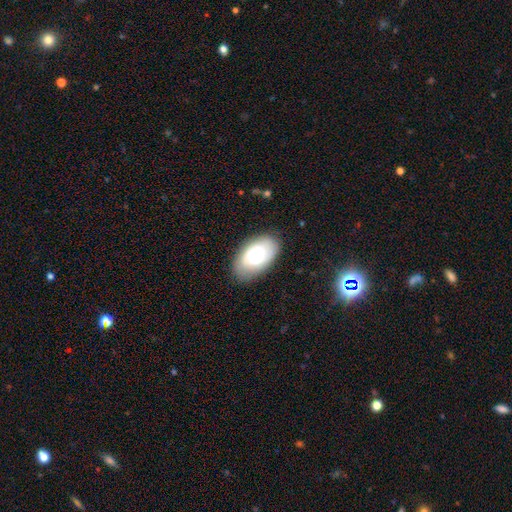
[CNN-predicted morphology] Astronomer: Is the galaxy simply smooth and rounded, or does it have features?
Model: smooth — 61%.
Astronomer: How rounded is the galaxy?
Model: in between — 92%.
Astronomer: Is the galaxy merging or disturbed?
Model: none — 80%.